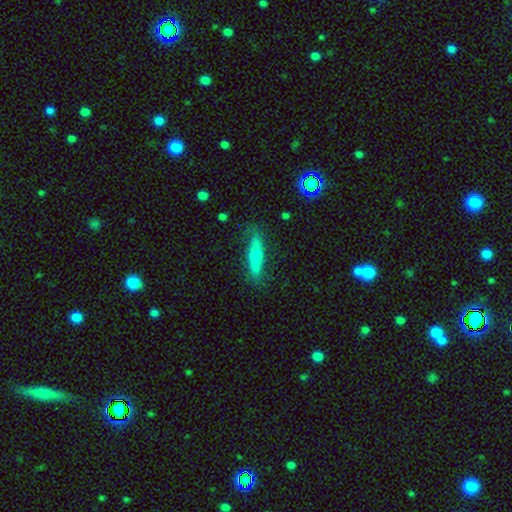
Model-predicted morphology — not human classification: Smooth or featured? smooth (53%)
How rounded? cigar-shaped (69%)
Merging? none (73%)